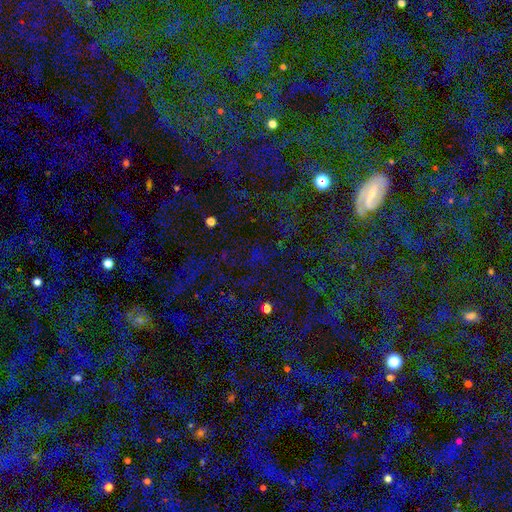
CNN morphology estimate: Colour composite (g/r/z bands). It shows a star or artifact, not a galaxy (62%).